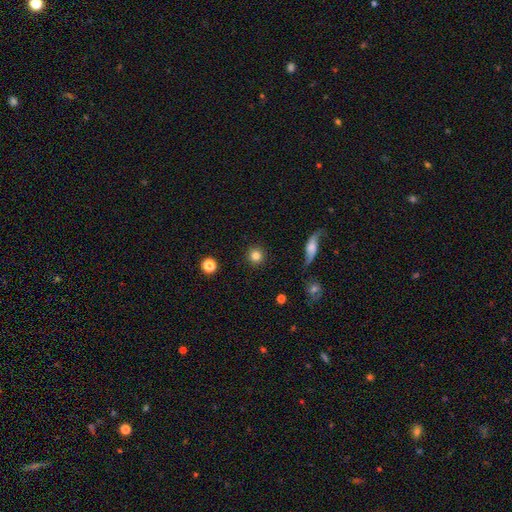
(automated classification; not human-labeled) Smooth or featured? smooth (84%)
How rounded? round (94%)
Merging? none (92%)